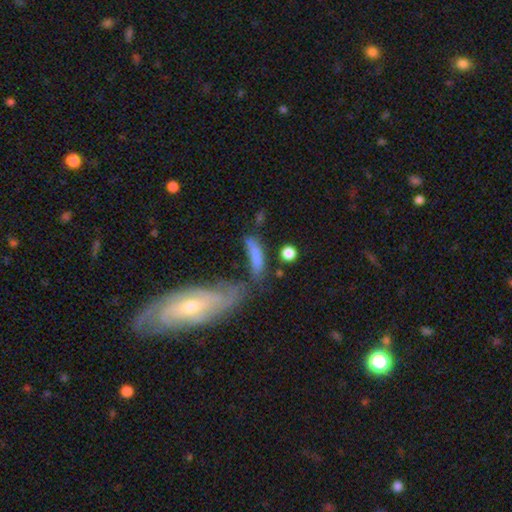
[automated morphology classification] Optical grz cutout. It shows a smooth galaxy with no disk features (70%) that is cigar-shaped (60%). Merging: none (42%).